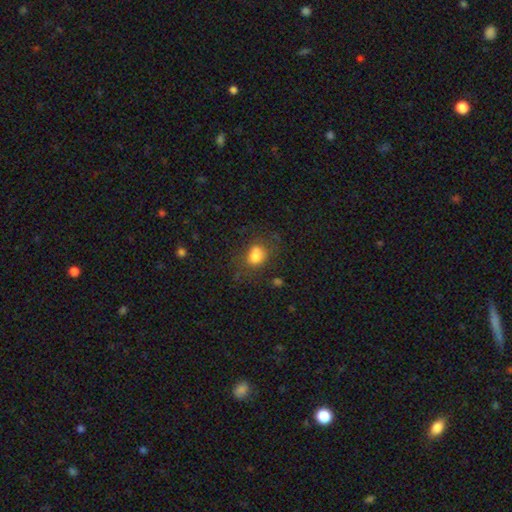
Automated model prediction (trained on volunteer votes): Overall: smooth (75%). How rounded: in between (51%; round 48%). Merging: none (53%; minor disturbance 21%).